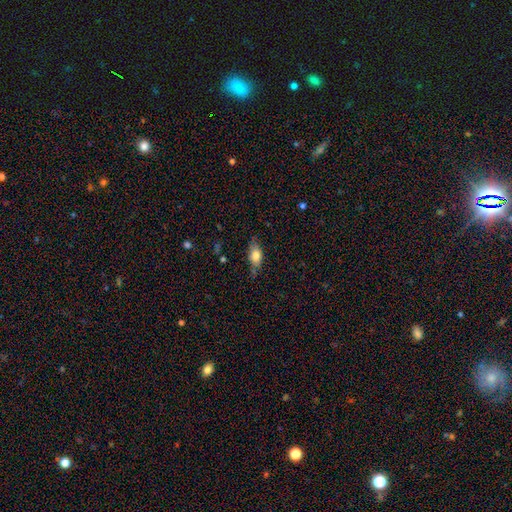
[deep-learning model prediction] The model was most divided on "merging": none: 68%, minor disturbance: 24%, major disturbance: 6%, merger: 2%. More confident: how rounded — in between (83%); smooth or featured — smooth (74%).